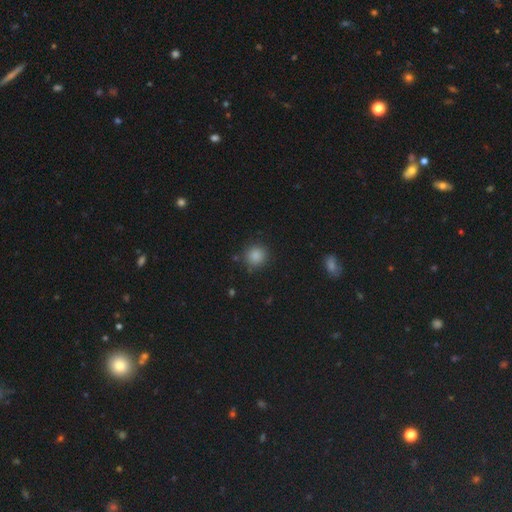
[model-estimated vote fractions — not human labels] smooth_or_featured: smooth (p=0.85) [alt: star or artifact p=0.11]
how_rounded: round (p=0.91) [alt: in between p=0.08]
merging: none (p=0.87) [alt: minor disturbance p=0.08]